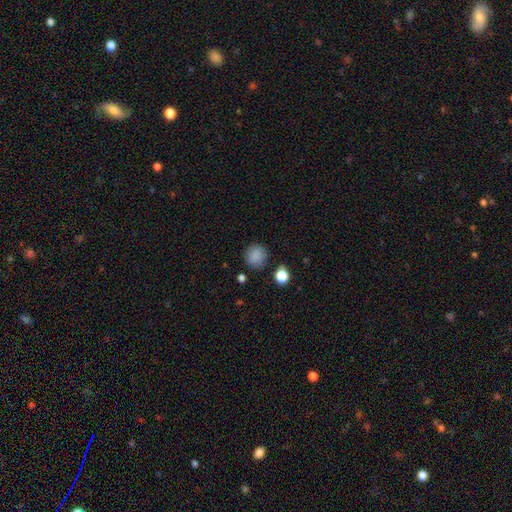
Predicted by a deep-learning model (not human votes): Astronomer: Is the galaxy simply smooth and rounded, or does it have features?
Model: smooth — 86%.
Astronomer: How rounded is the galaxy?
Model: round — 87%.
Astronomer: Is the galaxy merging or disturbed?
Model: none — 84%.